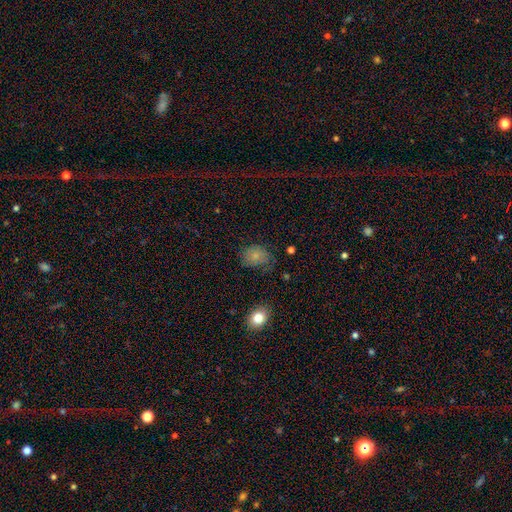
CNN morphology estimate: type=smooth (76%); roundness=round (50%); merging=none (61%).